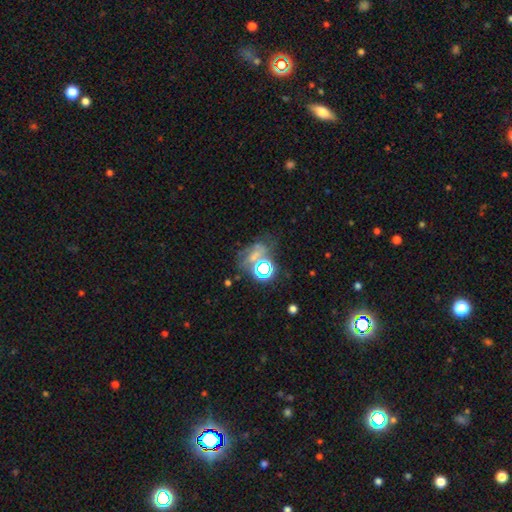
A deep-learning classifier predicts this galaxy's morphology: This appears to be a star or artifact, not a galaxy (39%).